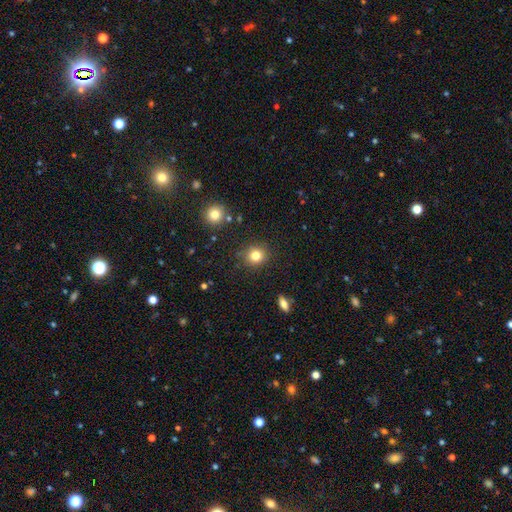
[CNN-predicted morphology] smooth 81%, star or artifact 12%, featured or disk 7%. Down the decision tree: how rounded — round (84%); merging — none (87%).